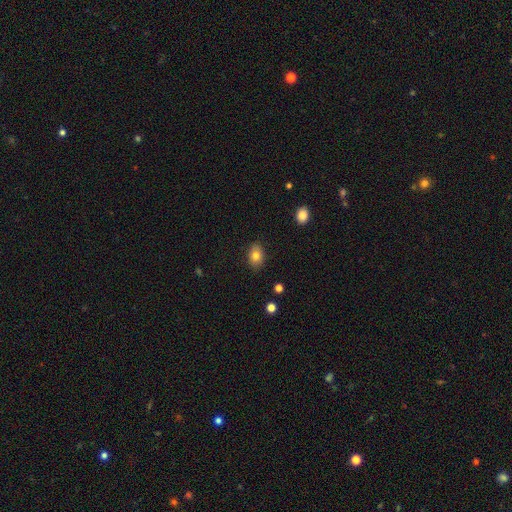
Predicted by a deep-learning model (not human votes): This appears to be a smooth galaxy with no disk features (80%) that is in between round and cigar-shaped (76%). Merging: none (86%).